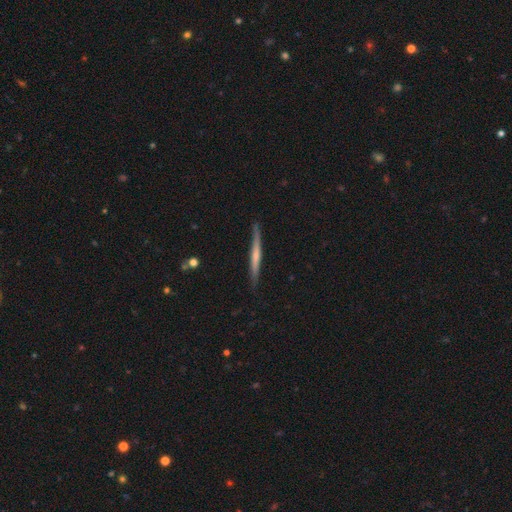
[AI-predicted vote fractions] This appears to be a featured or disk galaxy (55%) viewed edge-on (96%) with no central bulge (56%). Merging: none (85%).